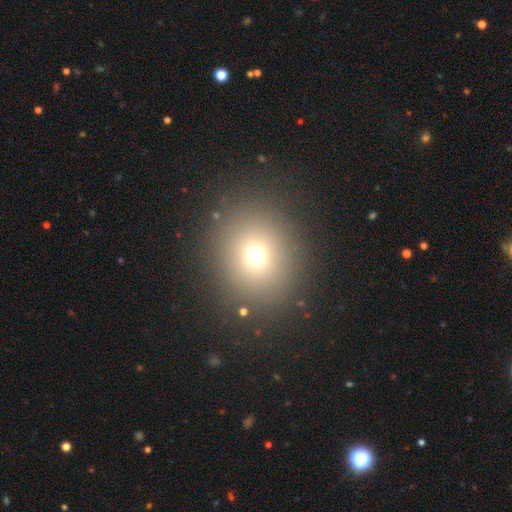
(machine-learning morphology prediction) Q: Smooth or featured?
A: smooth (70%); runner-up: star or artifact (20%)
Q: How rounded?
A: round (82%); runner-up: in between (17%)
Q: Merging?
A: none (87%); runner-up: minor disturbance (7%)